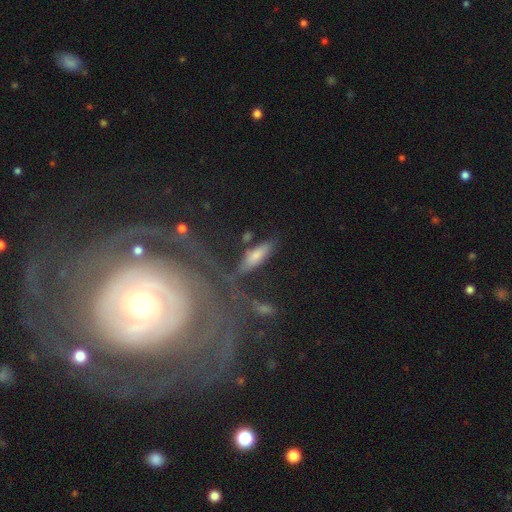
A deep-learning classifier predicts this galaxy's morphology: Smooth or featured: smooth — 67% (featured or disk — 23%)
How rounded: cigar-shaped — 54% (in between — 42%)
Merging: none — 60% (minor disturbance — 19%)